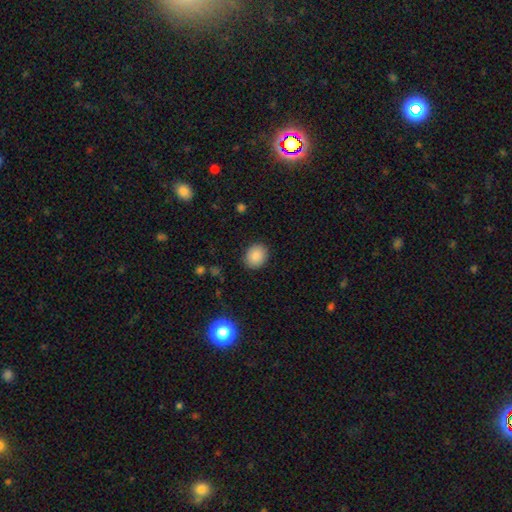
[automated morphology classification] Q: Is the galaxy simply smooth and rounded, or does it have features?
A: smooth — 87%.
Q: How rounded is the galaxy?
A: round — 66%.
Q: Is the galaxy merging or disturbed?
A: none — 88%.